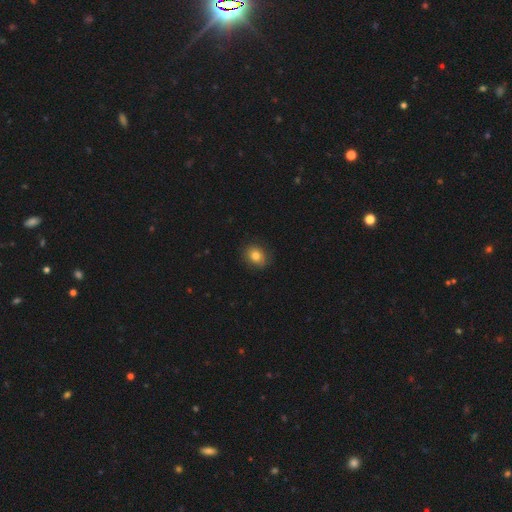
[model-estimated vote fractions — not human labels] Smooth or featured?
  - smooth: 82% *
  - star or artifact: 10%
  - featured or disk: 8%
How rounded?
  - round: 56% *
  - in between: 43%
  - cigar-shaped: 1%
Merging?
  - none: 84% *
  - minor disturbance: 12%
  - major disturbance: 3%
  - merger: 1%